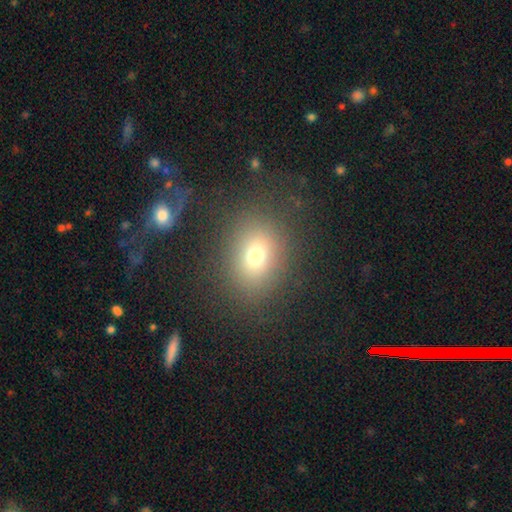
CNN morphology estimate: Smooth or featured: smooth — 72% (star or artifact — 14%)
How rounded: in between — 50% (round — 49%)
Merging: none — 80% (minor disturbance — 10%)